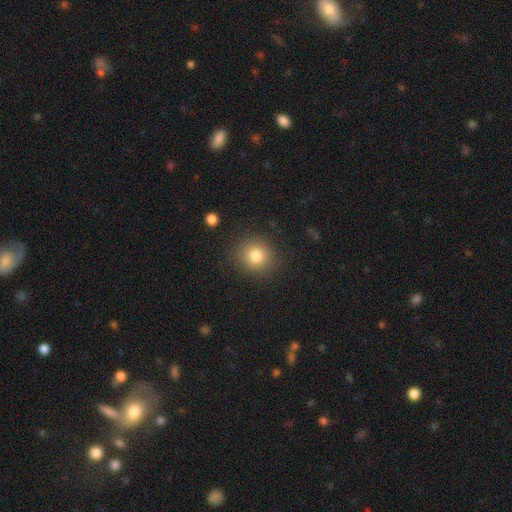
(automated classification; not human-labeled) smooth_or_featured: smooth (p=0.81) [alt: star or artifact p=0.11]
how_rounded: round (p=0.86) [alt: in between p=0.13]
merging: none (p=0.87) [alt: minor disturbance p=0.08]